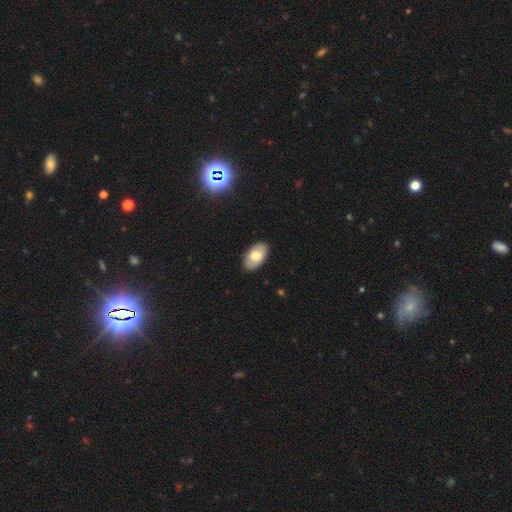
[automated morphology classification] smooth_or_featured: smooth (p=0.73) [alt: featured or disk p=0.20]
how_rounded: in between (p=0.95) [alt: round p=0.04]
merging: none (p=0.89) [alt: minor disturbance p=0.09]